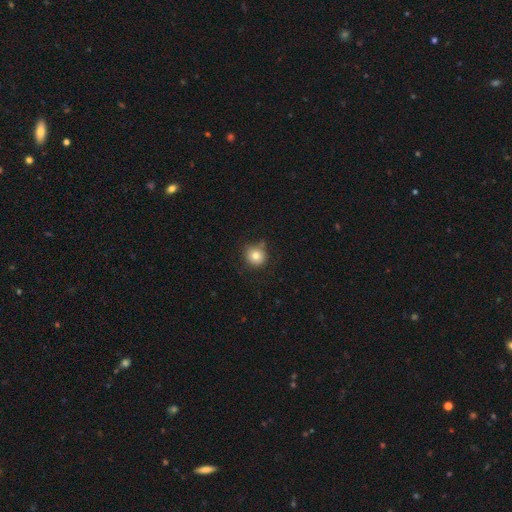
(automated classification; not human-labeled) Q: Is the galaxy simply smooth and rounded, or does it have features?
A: smooth — 80%.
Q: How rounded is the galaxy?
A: round — 91%.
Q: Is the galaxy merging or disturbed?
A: none — 76%.